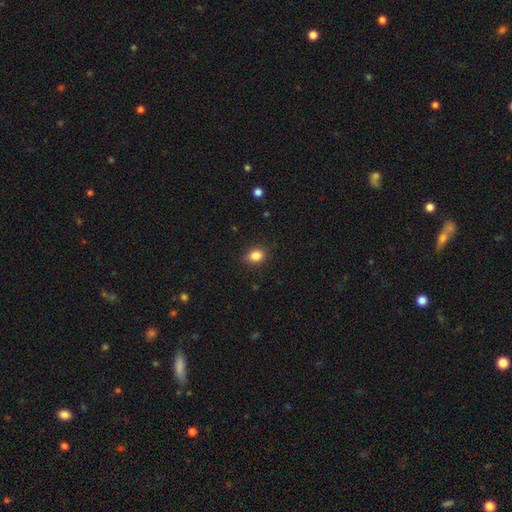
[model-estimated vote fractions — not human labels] This is clearly a smooth galaxy (85%). How rounded: possibly round (53%). Merging: clearly none (88%).